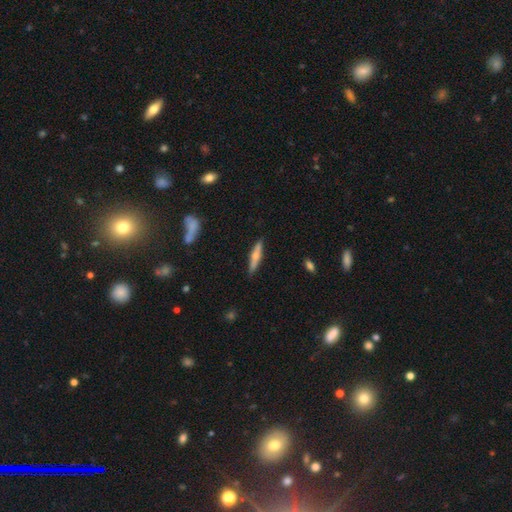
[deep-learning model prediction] Q: Smooth or featured?
A: smooth (50%); runner-up: featured or disk (44%)
Q: Merging?
A: none (87%); runner-up: minor disturbance (10%)